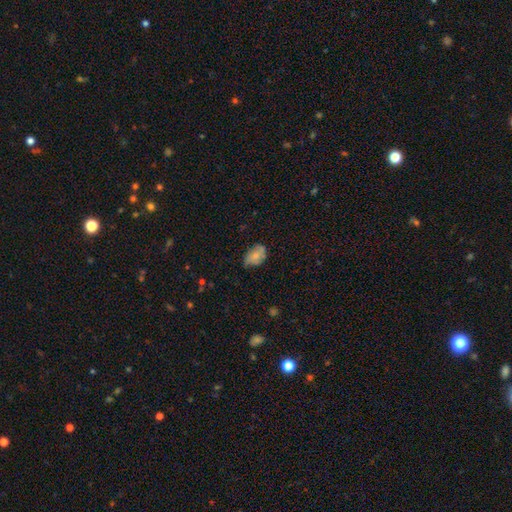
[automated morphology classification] A smooth galaxy with no disk features (61%) that is in between round and cigar-shaped (87%).

Vote fractions:
- Smooth or featured? smooth: 61% / featured or disk: 30% / star or artifact: 8%
- How rounded? in between: 87% / round: 12% / cigar-shaped: 2%
- Merging? none: 52% / minor disturbance: 36% / major disturbance: 10% / merger: 2%